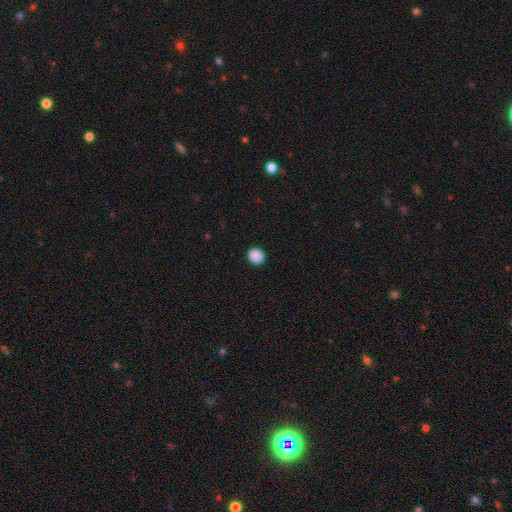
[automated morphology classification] A smooth galaxy with no disk features (89%) that is round (84%).

Vote fractions:
- Smooth or featured? smooth: 89% / star or artifact: 9% / featured or disk: 2%
- How rounded? round: 84% / in between: 15% / cigar-shaped: 1%
- Merging? none: 91% / minor disturbance: 6% / major disturbance: 2% / merger: 1%